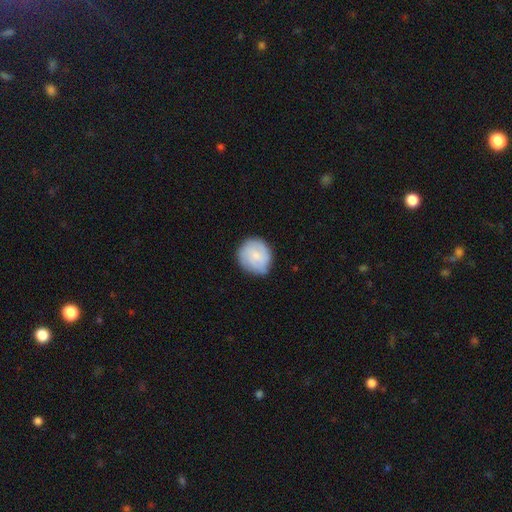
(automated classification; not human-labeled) Smooth or featured: smooth — 69% (featured or disk — 25%)
How rounded: round — 86% (in between — 13%)
Merging: none — 70% (minor disturbance — 24%)